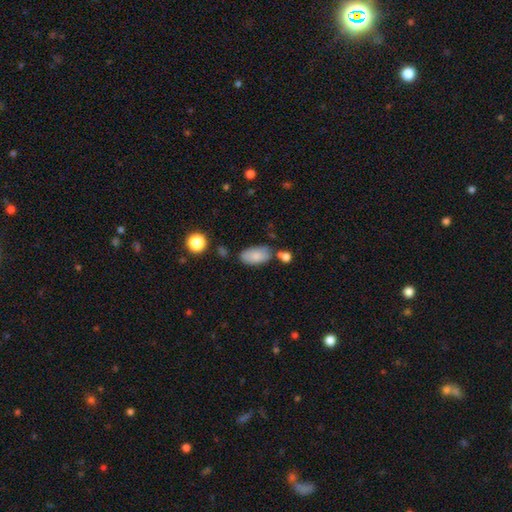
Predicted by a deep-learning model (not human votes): A smooth galaxy with no disk features (82%) that is in between round and cigar-shaped (94%). Merging: none (64%).